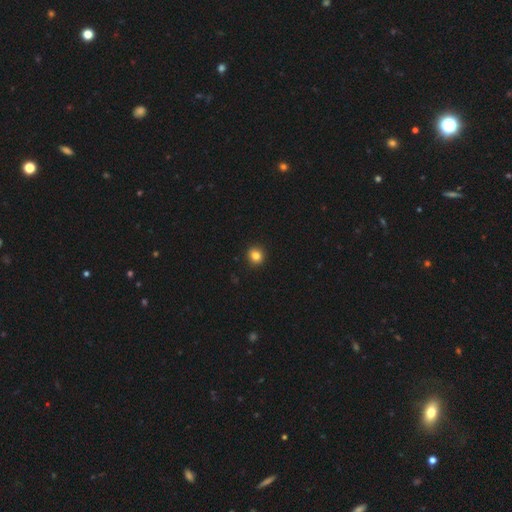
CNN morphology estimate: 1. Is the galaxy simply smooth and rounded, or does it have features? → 83% smooth, 11% star or artifact, 5% featured or disk.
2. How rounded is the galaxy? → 88% round, 11% in between, 1% cigar-shaped.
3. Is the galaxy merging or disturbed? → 92% none, 5% minor disturbance, 2% major disturbance, 1% merger.